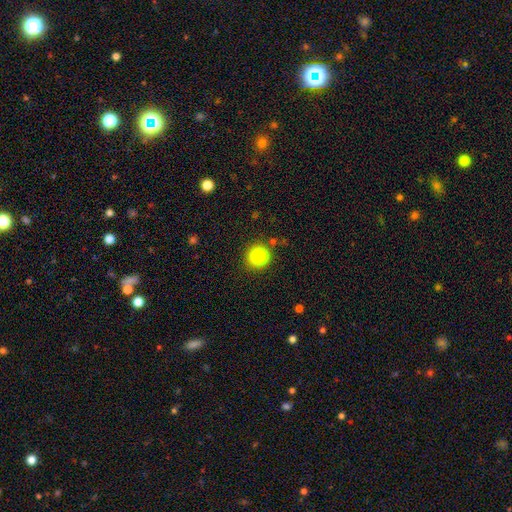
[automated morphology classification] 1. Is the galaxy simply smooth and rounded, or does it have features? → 83% smooth, 11% star or artifact, 6% featured or disk.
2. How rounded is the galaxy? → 84% round, 15% in between, 1% cigar-shaped.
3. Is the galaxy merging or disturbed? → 75% none, 14% minor disturbance, 6% merger, 4% major disturbance.